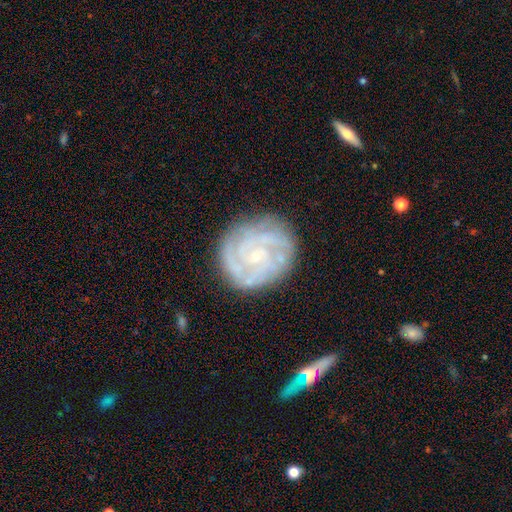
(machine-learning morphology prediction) Q: Smooth or featured?
A: featured or disk (83%); runner-up: smooth (11%)
Q: Edge-on disk?
A: no (98%); runner-up: yes (2%)
Q: Bar?
A: no (72%); runner-up: weak (23%)
Q: Spiral arms?
A: yes (94%); runner-up: no (6%)
Q: Spiral winding?
A: tight (72%); runner-up: medium (23%)
Q: Spiral arm count?
A: 3 (26%); runner-up: can't tell (25%)
Q: Bulge size?
A: small (81%); runner-up: moderate (13%)
Q: Merging?
A: none (79%); runner-up: minor disturbance (14%)